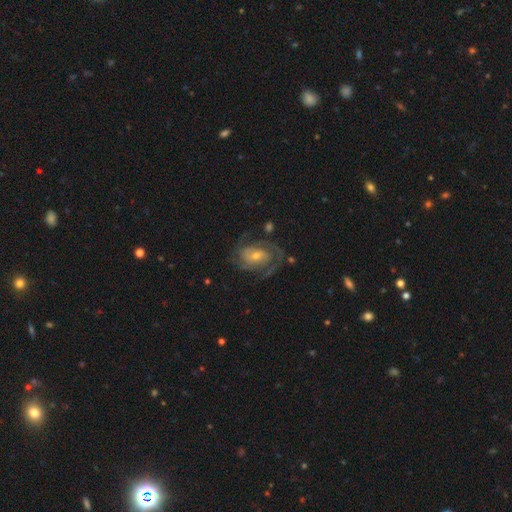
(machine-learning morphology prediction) Smooth or featured? featured or disk (85%)
Edge-on disk? no (97%)
Bar? no (57%)
Spiral arms? yes (95%)
Spiral winding? tight (49%)
Spiral arm count? 2 (57%)
Bulge size? small (56%)
Merging? none (69%)